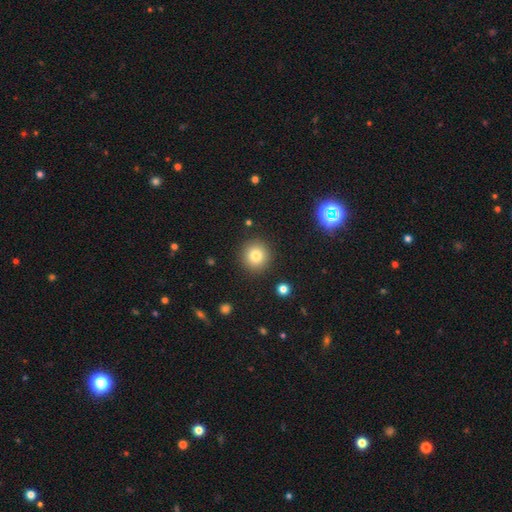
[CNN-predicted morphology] smooth 79%, star or artifact 12%, featured or disk 8%. Down the decision tree: how rounded — round (94%); merging — none (90%).